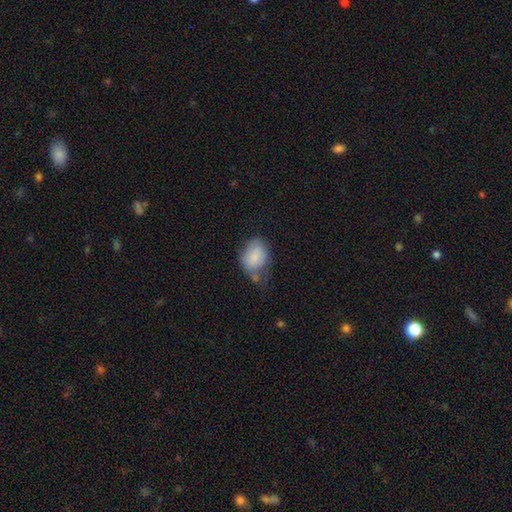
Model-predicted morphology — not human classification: smooth-or-featured: smooth: 80% | featured or disk: 13% | star or artifact: 8%
  how-rounded: in between: 74% | round: 24% | cigar-shaped: 1%
  merging: none: 38% | minor disturbance: 35% | major disturbance: 17% | merger: 11%